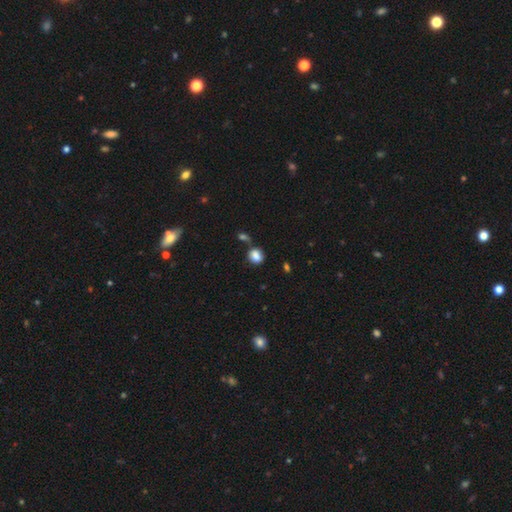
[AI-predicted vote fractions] Smooth or featured? smooth (84%)
How rounded? round (59%)
Merging? none (58%)